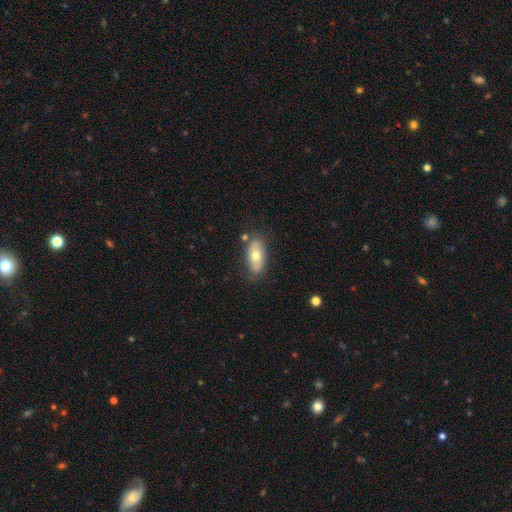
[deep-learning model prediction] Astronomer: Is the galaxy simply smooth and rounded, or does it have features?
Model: smooth — 64%.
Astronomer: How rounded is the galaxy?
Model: in between — 87%.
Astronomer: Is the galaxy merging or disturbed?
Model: none — 77%.